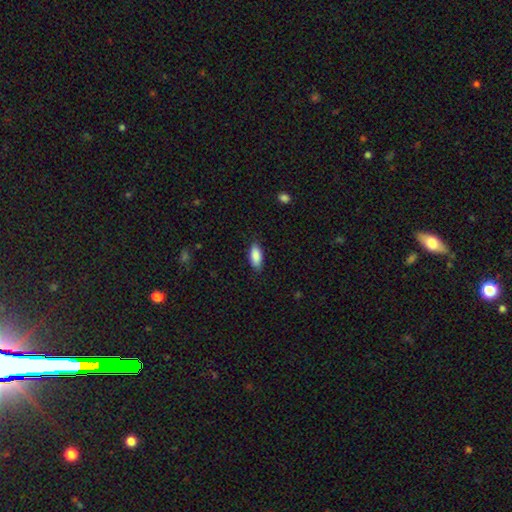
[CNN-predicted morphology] Smooth or featured: smooth — 88% (star or artifact — 6%)
How rounded: in between — 83% (cigar-shaped — 15%)
Merging: none — 85% (minor disturbance — 11%)